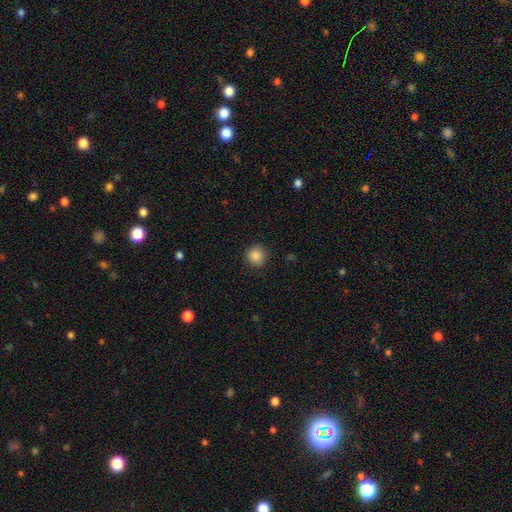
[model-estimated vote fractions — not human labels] Smooth or featured: smooth — 87% (star or artifact — 9%)
How rounded: round — 91% (in between — 8%)
Merging: none — 89% (minor disturbance — 8%)